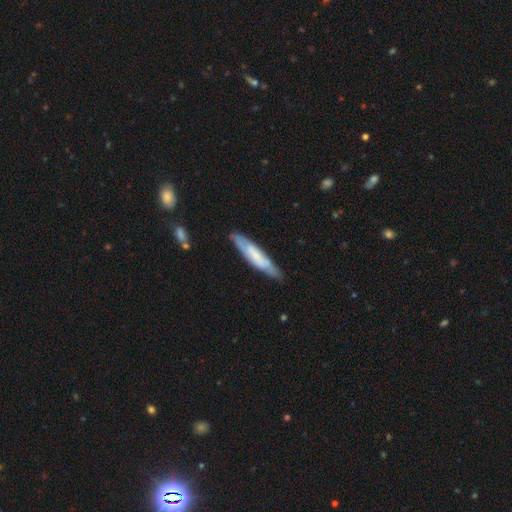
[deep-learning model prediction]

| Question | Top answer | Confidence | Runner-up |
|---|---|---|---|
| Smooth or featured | smooth | 50% | featured or disk (44%) |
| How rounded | cigar-shaped | 85% | in between (14%) |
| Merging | none | 81% | minor disturbance (15%) |